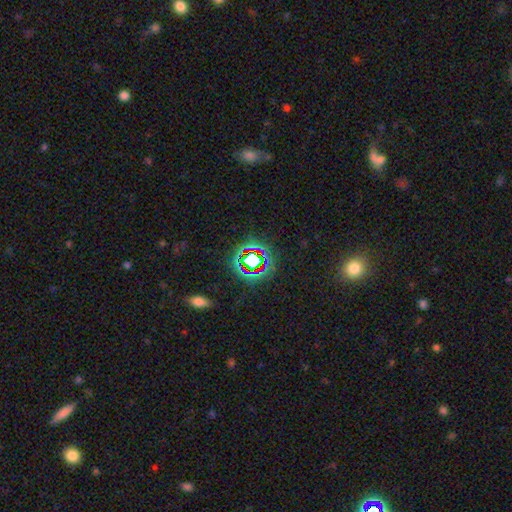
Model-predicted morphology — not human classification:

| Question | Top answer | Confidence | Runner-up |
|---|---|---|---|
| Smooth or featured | star or artifact | 72% | smooth (18%) |